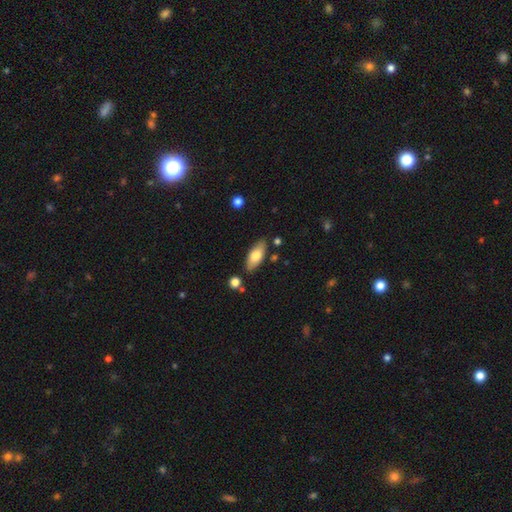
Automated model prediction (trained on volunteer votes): This appears to be a smooth galaxy with no disk features (71%) that is in between round and cigar-shaped (80%). Merging: none (82%).